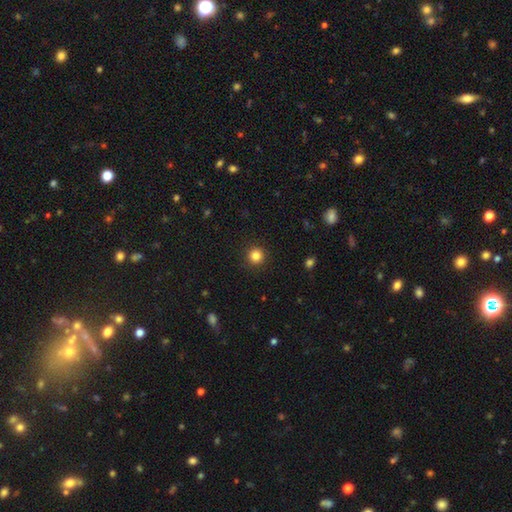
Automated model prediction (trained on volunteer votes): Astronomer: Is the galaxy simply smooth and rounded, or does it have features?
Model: smooth — 84%.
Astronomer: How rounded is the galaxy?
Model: round — 95%.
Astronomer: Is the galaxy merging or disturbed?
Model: none — 92%.